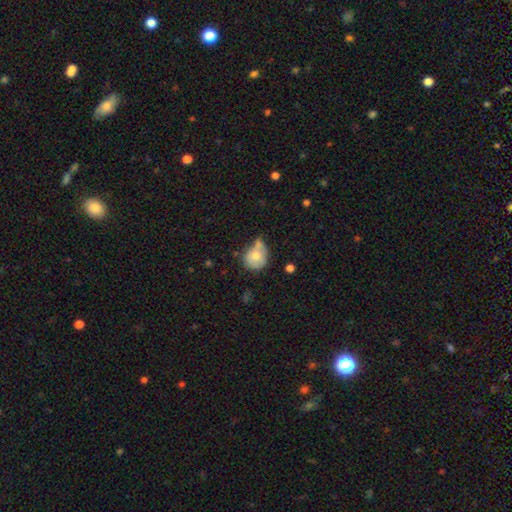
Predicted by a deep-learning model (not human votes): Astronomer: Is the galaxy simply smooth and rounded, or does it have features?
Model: smooth — 74%.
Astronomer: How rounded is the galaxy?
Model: round — 76%.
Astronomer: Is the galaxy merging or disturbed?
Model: none — 39% (runner-up: minor disturbance, 27%).